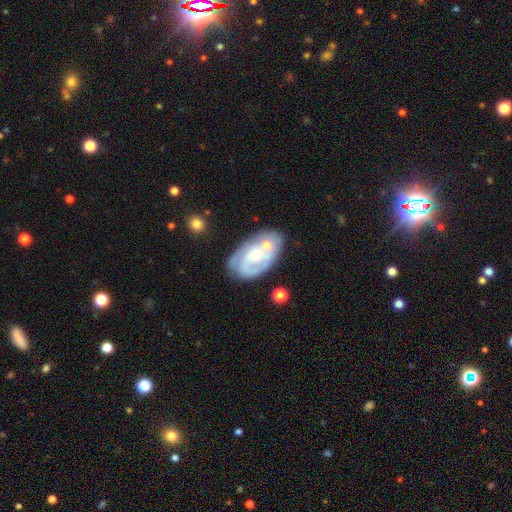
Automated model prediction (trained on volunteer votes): The model was most divided on "bulge size": small: 42%, moderate: 37%, none: 11%, large: 7%, dominant: 2%. Remaining: edge-on disk — no (96%); bar — no (73%); spiral arms — yes (71%); smooth or featured — featured or disk (64%); merging — none (48%).